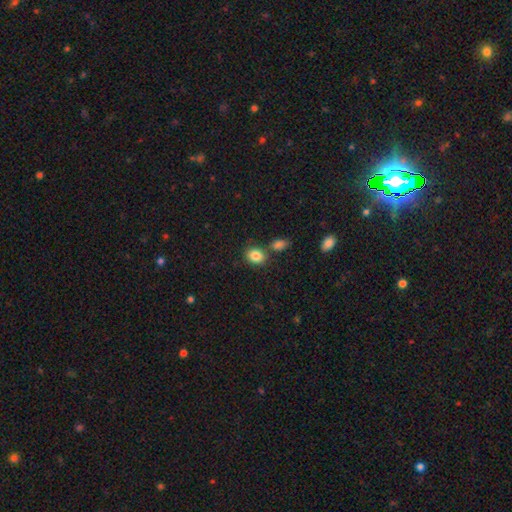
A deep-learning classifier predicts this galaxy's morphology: smooth-or-featured: smooth: 85% | star or artifact: 9% | featured or disk: 6%
  how-rounded: in between: 57% | round: 42% | cigar-shaped: 1%
  merging: none: 67% | merger: 18% | minor disturbance: 11% | major disturbance: 3%